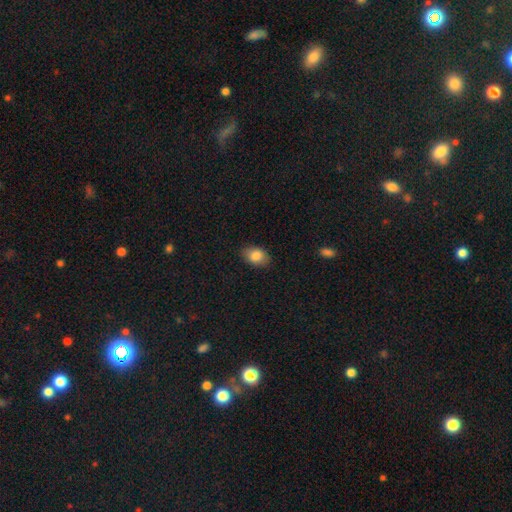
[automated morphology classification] smooth 84%, star or artifact 8%, featured or disk 8%. Down the decision tree: how rounded — in between (83%); merging — none (87%).